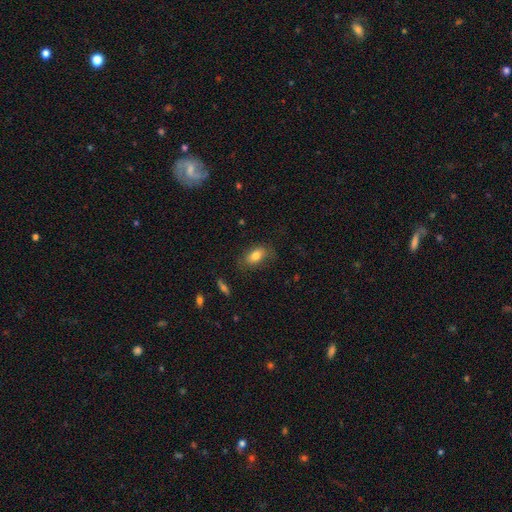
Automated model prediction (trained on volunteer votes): The model was most divided on "merging": none: 72%, minor disturbance: 19%, major disturbance: 7%, merger: 1%. More confident: how rounded — in between (88%); smooth or featured — smooth (77%).